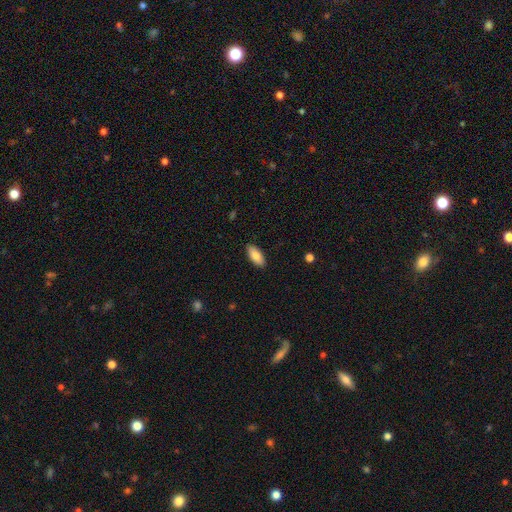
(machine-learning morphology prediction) smooth-or-featured: smooth: 85% | featured or disk: 9% | star or artifact: 6%
  how-rounded: in between: 87% | cigar-shaped: 11% | round: 2%
  merging: none: 89% | minor disturbance: 8% | major disturbance: 2% | merger: 1%